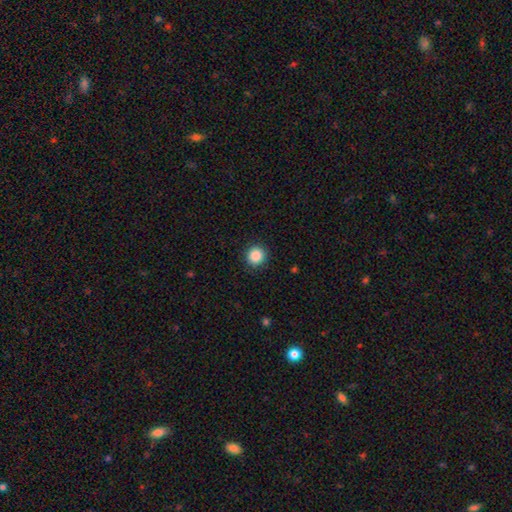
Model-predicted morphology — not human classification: type=smooth (87%); roundness=round (93%); merging=none (91%).